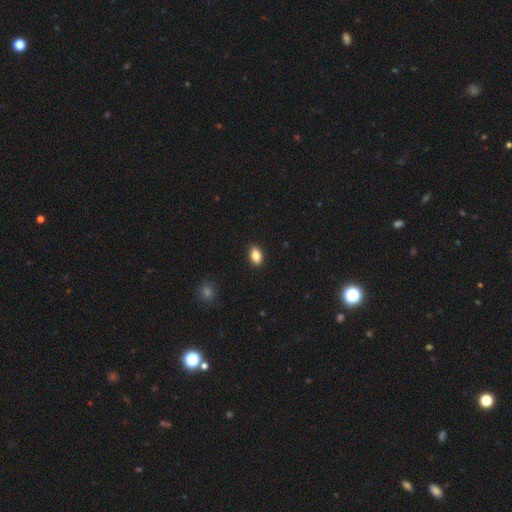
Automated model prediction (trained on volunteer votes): The model was most divided on "smooth or featured": smooth: 82%, featured or disk: 10%, star or artifact: 8%. More confident: merging — none (90%); how rounded — in between (87%).